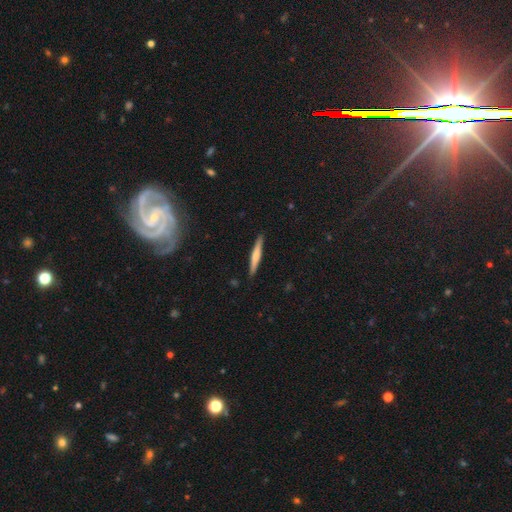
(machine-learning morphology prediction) smooth_or_featured: smooth (p=0.50) [alt: featured or disk p=0.44]
how_rounded: cigar-shaped (p=0.94) [alt: in between p=0.04]
merging: none (p=0.90) [alt: minor disturbance p=0.07]